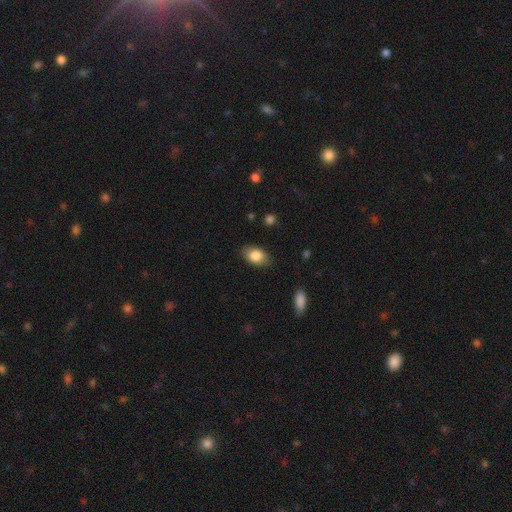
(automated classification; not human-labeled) This is clearly a smooth galaxy (83%). How rounded: clearly in between (89%). Merging: clearly none (84%).